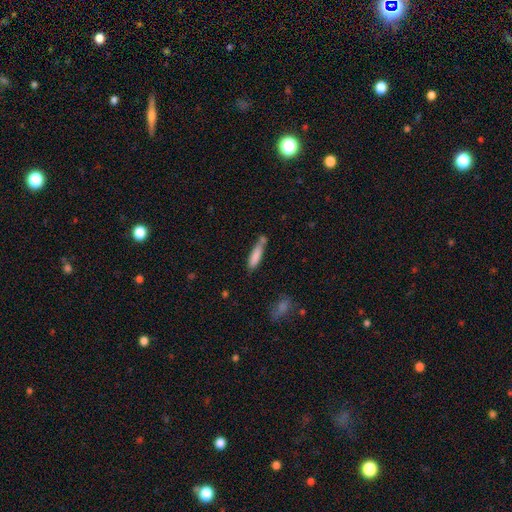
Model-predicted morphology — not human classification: Smooth or featured? Predicted: smooth (p=0.82). How rounded? Predicted: cigar-shaped (p=0.75). Merging? Predicted: none (p=0.56).